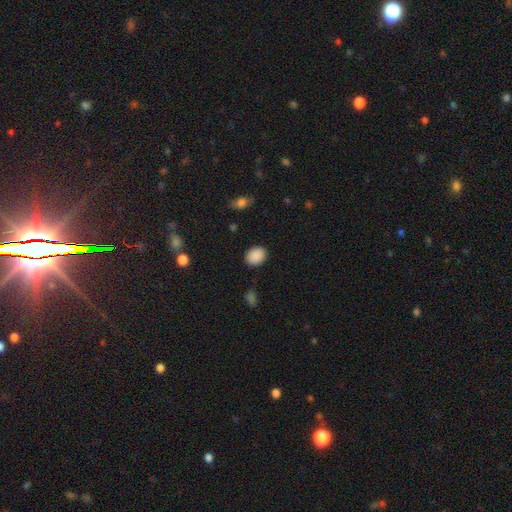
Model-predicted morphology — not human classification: A smooth galaxy with no disk features (89%) that is in between round and cigar-shaped (57%).

Vote fractions:
- Smooth or featured? smooth: 89% / star or artifact: 8% / featured or disk: 3%
- How rounded? in between: 57% / round: 42% / cigar-shaped: 1%
- Merging? none: 87% / minor disturbance: 9% / major disturbance: 3% / merger: 1%